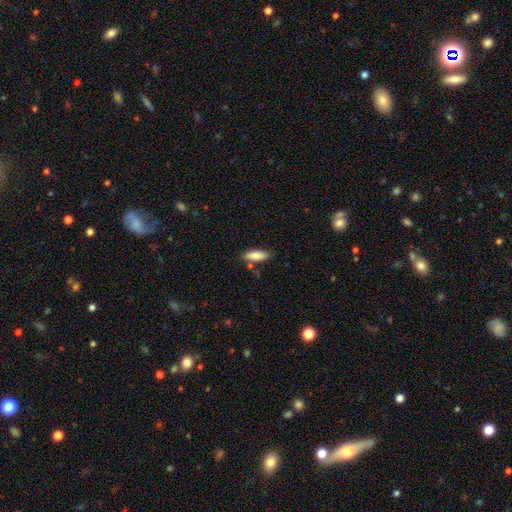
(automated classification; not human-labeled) smooth_or_featured: smooth (p=0.83) [alt: featured or disk p=0.10]
how_rounded: in between (p=0.62) [alt: cigar-shaped p=0.37]
merging: none (p=0.76) [alt: minor disturbance p=0.15]